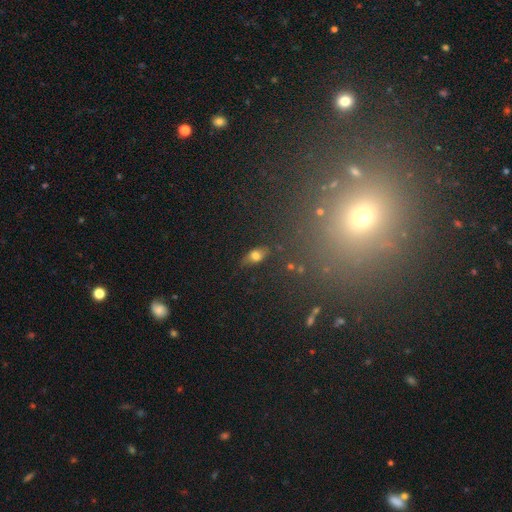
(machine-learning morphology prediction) smooth_or_featured: smooth (p=0.73) [alt: featured or disk p=0.16]
how_rounded: in between (p=0.84) [alt: round p=0.08]
merging: none (p=0.75) [alt: minor disturbance p=0.17]